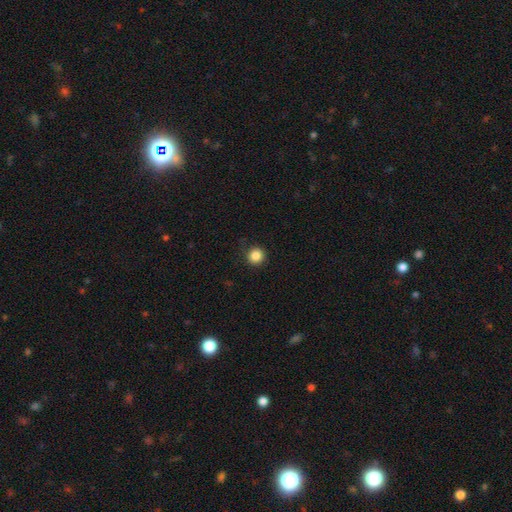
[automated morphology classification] smooth-or-featured: smooth: 85% | star or artifact: 11% | featured or disk: 4%
  how-rounded: round: 94% | in between: 5% | cigar-shaped: 1%
  merging: none: 89% | minor disturbance: 8% | major disturbance: 2% | merger: 1%